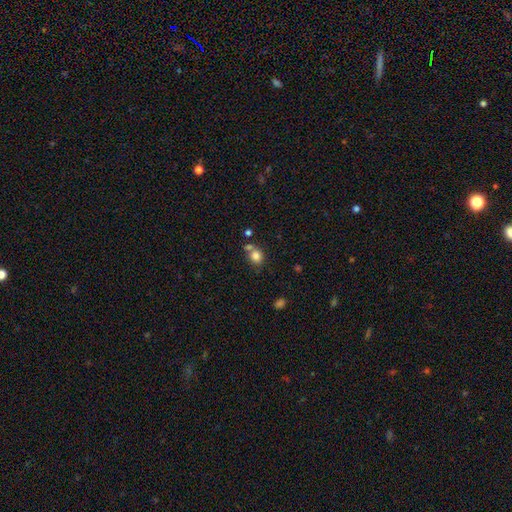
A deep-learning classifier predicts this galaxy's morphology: Smooth or featured? smooth (81%)
How rounded? round (78%)
Merging? none (57%)